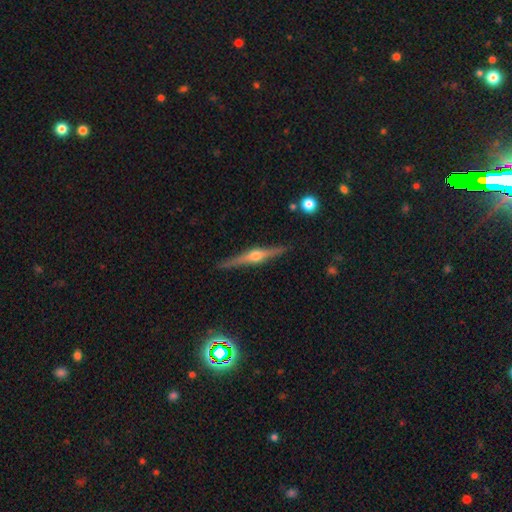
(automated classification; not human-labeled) This appears to be a featured or disk galaxy (79%) viewed edge-on (98%) with a rounded central bulge (94%). Merging: none (88%).